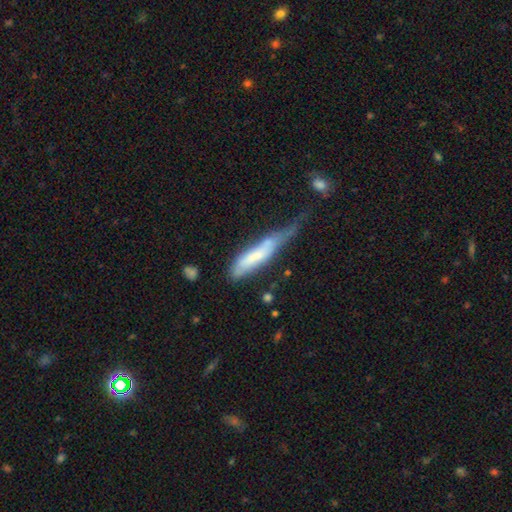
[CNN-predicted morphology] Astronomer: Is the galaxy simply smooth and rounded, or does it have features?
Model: smooth — 57% (runner-up: featured or disk, 36%).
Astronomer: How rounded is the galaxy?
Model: cigar-shaped — 78%.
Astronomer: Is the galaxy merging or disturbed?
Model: major disturbance — 40% (runner-up: minor disturbance, 34%).